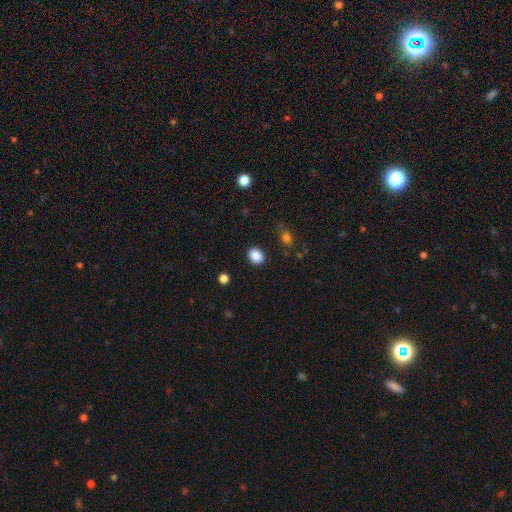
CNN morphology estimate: smooth_or_featured: smooth (p=0.88) [alt: star or artifact p=0.09]
how_rounded: in between (p=0.54) [alt: round p=0.45]
merging: none (p=0.87) [alt: minor disturbance p=0.09]